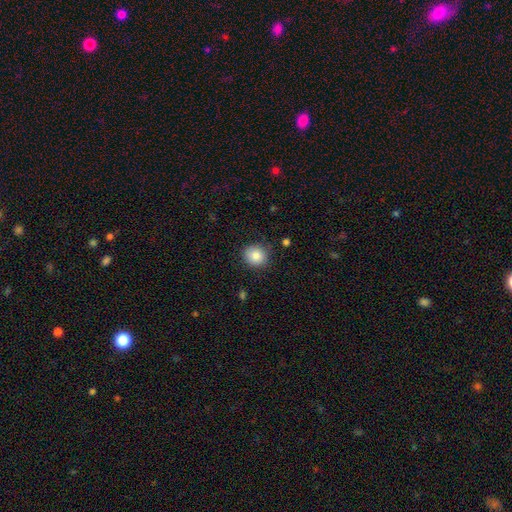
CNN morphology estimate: The model was most divided on "how rounded": round: 84%, in between: 16%, cigar-shaped: 1%. More confident: smooth or featured — smooth (85%); merging — none (84%).